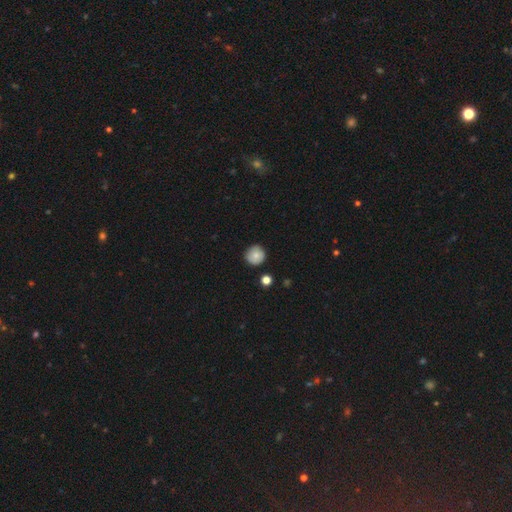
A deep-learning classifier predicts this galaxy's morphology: Smooth or featured?
  - smooth: 81% *
  - featured or disk: 11%
  - star or artifact: 9%
How rounded?
  - round: 94% *
  - in between: 5%
  - cigar-shaped: 1%
Merging?
  - none: 86% *
  - minor disturbance: 10%
  - major disturbance: 2%
  - merger: 2%